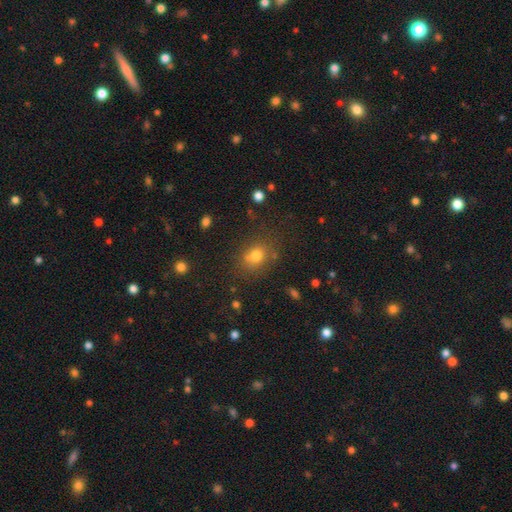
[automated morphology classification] Smooth or featured?
  - smooth: 71% *
  - star or artifact: 19%
  - featured or disk: 10%
How rounded?
  - round: 53% *
  - in between: 46%
  - cigar-shaped: 1%
Merging?
  - none: 75% *
  - minor disturbance: 14%
  - merger: 5%
  - major disturbance: 5%